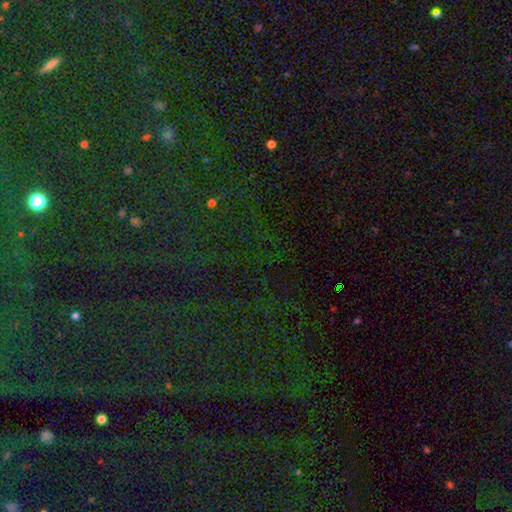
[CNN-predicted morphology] A star or artifact, not a galaxy (81%).